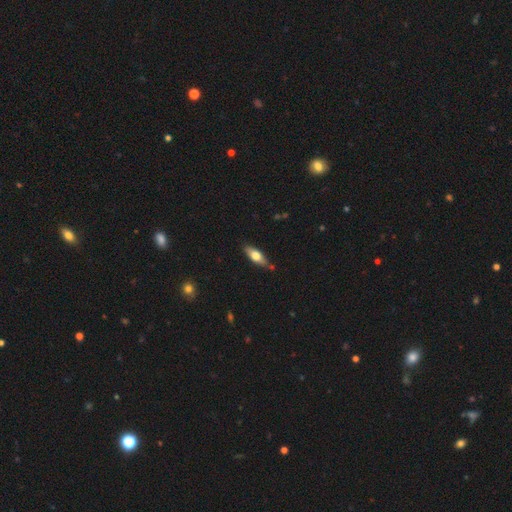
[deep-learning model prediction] Smooth or featured? Predicted: smooth (p=0.60). How rounded? Predicted: in between (p=0.62). Merging? Predicted: none (p=0.78).